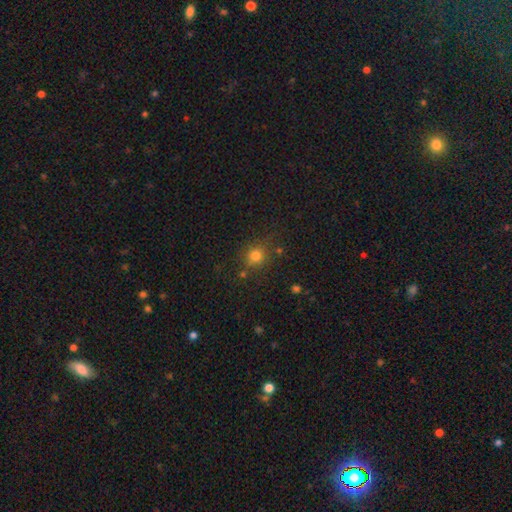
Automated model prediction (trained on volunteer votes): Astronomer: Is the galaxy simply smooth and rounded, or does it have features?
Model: smooth — 76%.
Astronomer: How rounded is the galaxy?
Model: round — 84%.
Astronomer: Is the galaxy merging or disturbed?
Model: none — 76%.